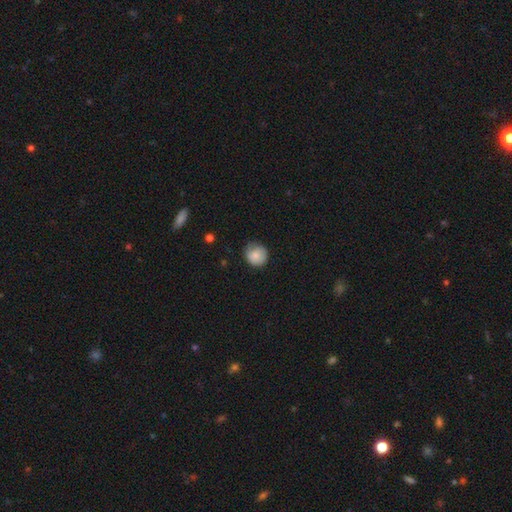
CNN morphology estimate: Q: Smooth or featured?
A: smooth (84%); runner-up: featured or disk (9%)
Q: How rounded?
A: round (88%); runner-up: in between (12%)
Q: Merging?
A: none (65%); runner-up: minor disturbance (28%)